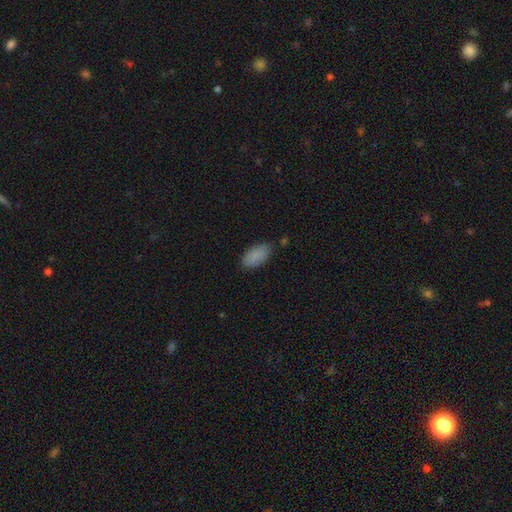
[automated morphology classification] This is clearly a smooth galaxy (88%). How rounded: clearly in between (93%). Merging: likely none (77%).